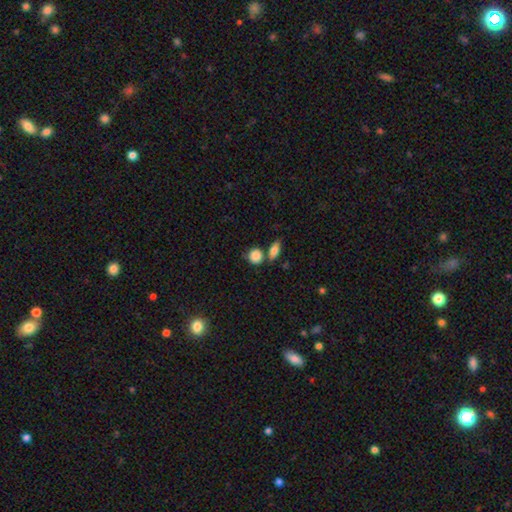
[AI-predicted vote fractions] Smooth or featured? Predicted: smooth (p=0.86). How rounded? Predicted: round (p=0.78). Merging? Predicted: none (p=0.62).